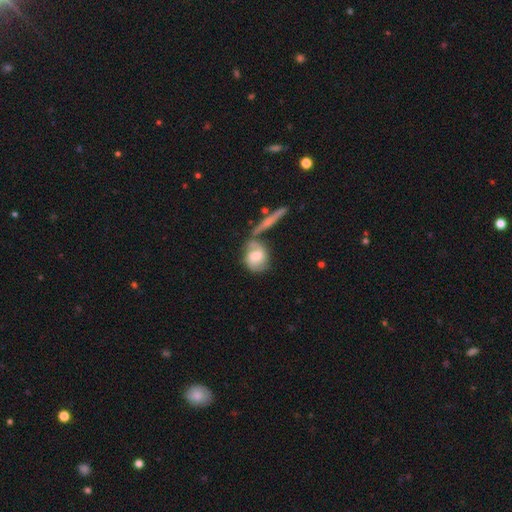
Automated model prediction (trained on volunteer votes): featured or disk 49%, smooth 44%, star or artifact 7%. Down the decision tree: merging — none (45%).